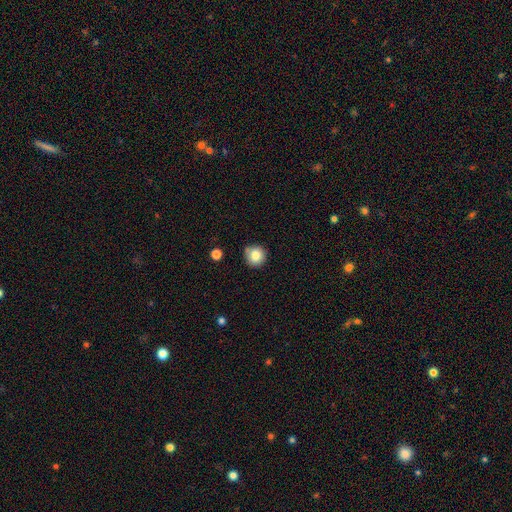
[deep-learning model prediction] Smooth or featured? Predicted: smooth (p=0.83). How rounded? Predicted: round (p=0.93). Merging? Predicted: none (p=0.79).